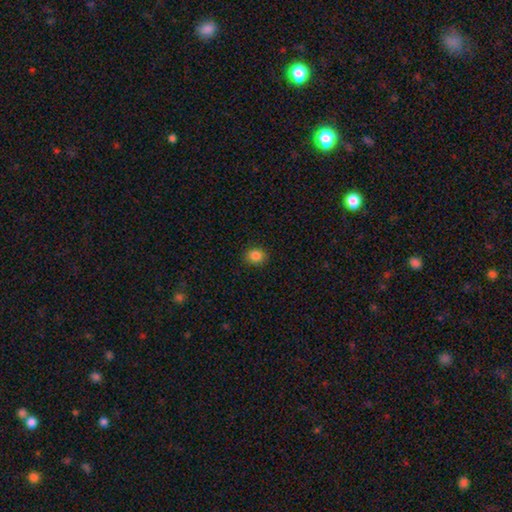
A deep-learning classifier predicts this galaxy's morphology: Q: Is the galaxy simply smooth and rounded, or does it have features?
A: smooth — 85%.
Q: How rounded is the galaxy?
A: round — 69%.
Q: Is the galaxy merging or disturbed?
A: none — 89%.